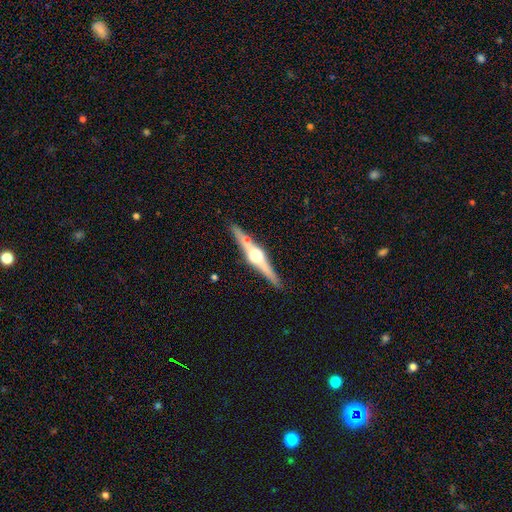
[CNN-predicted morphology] smooth-or-featured: featured or disk: 80% | smooth: 15% | star or artifact: 5%
  disk-edge-on: yes: 98% | no: 2%
    edge-on-bulge: rounded: 95% | boxy: 4% | none: 2%
  merging: none: 87% | minor disturbance: 8% | merger: 3% | major disturbance: 2%